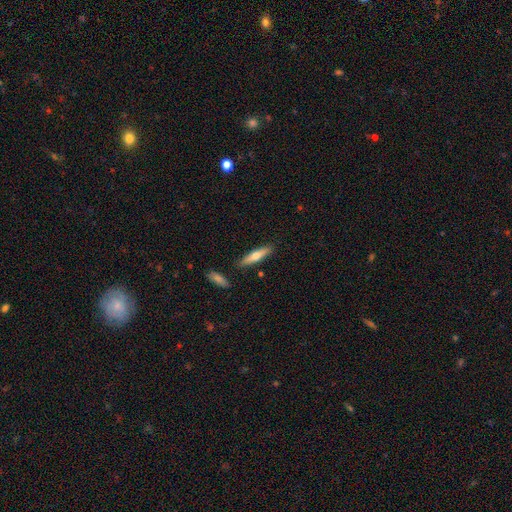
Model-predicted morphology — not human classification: type=smooth (57%); roundness=cigar-shaped (75%); merging=none (86%).